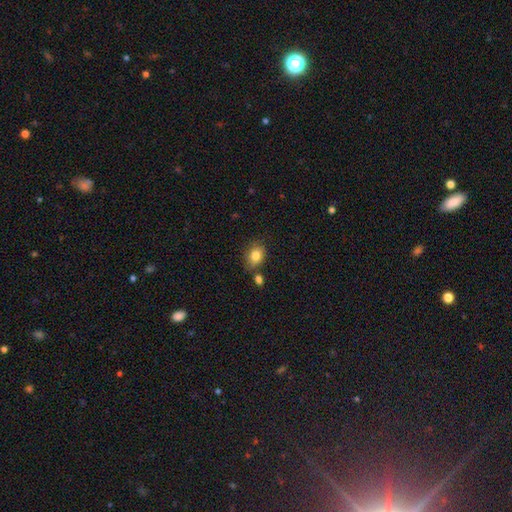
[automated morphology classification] A smooth galaxy with no disk features (82%) that is in between round and cigar-shaped (66%). Merging: none (71%).